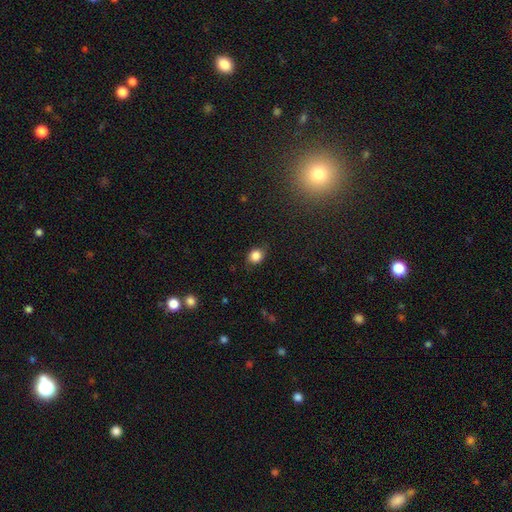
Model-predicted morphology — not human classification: smooth 83%, star or artifact 11%, featured or disk 6%. Down the decision tree: how rounded — round (66%); merging — none (77%).